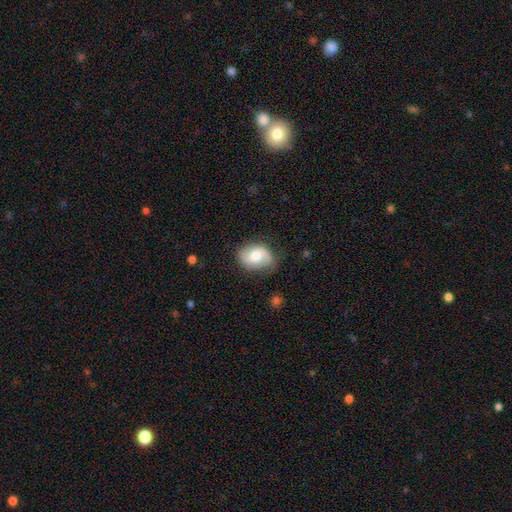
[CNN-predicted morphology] Smooth or featured?
  - smooth: 53% *
  - featured or disk: 40%
  - star or artifact: 7%
How rounded?
  - in between: 73% *
  - round: 26%
  - cigar-shaped: 1%
Merging?
  - none: 71% *
  - minor disturbance: 22%
  - major disturbance: 6%
  - merger: 1%